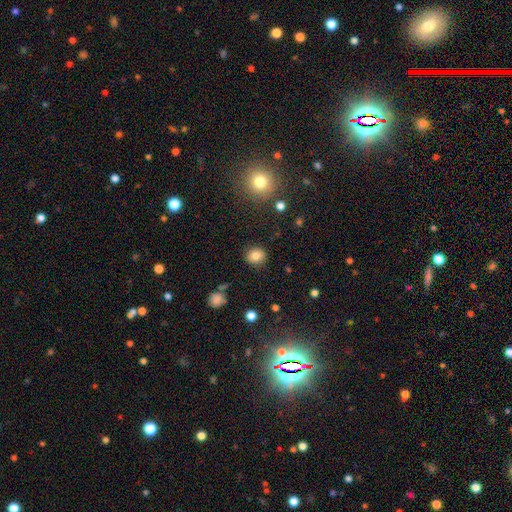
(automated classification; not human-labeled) smooth_or_featured: smooth (p=0.81) [alt: star or artifact p=0.11]
how_rounded: round (p=0.76) [alt: in between p=0.23]
merging: none (p=0.88) [alt: minor disturbance p=0.08]